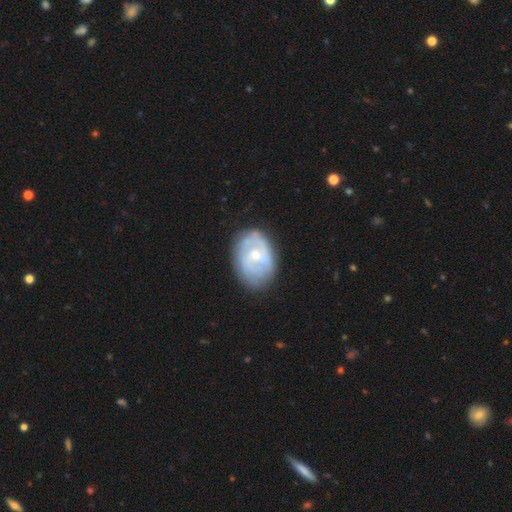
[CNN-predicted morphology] Smooth or featured? featured or disk (71%)
Edge-on disk? no (97%)
Bar? no (53%)
Spiral arms? yes (81%)
Spiral winding? tight (47%)
Spiral arm count? 2 (46%)
Bulge size? small (51%)
Merging? none (71%)